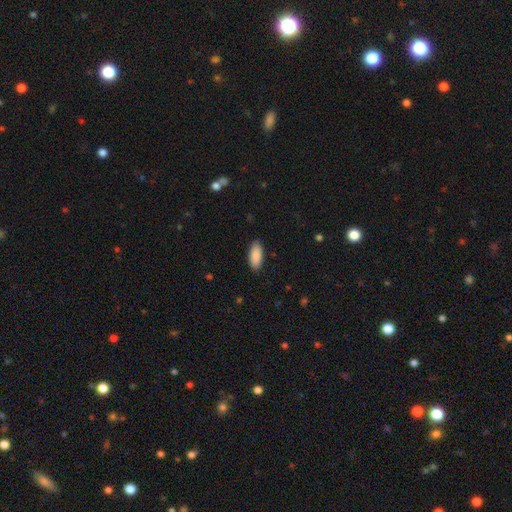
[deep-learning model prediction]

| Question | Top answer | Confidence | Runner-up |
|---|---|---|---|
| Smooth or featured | smooth | 90% | star or artifact (6%) |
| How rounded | in between | 86% | cigar-shaped (13%) |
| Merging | none | 88% | minor disturbance (9%) |